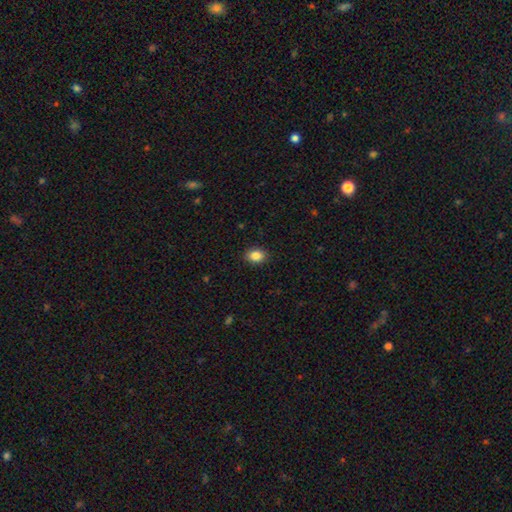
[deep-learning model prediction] Smooth or featured? smooth (86%)
How rounded? in between (71%)
Merging? none (90%)